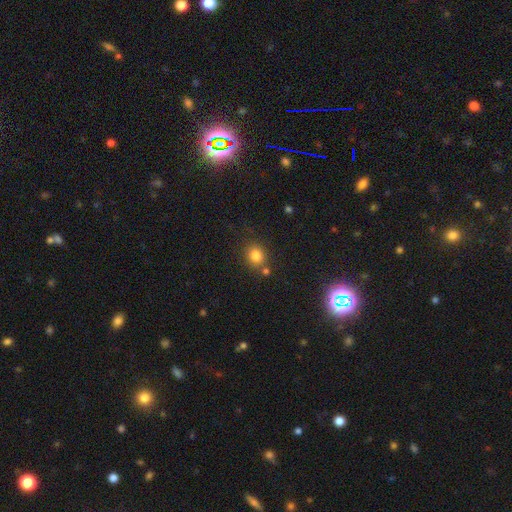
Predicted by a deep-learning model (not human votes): Smooth or featured? Predicted: smooth (p=0.82). How rounded? Predicted: round (p=0.72). Merging? Predicted: none (p=0.73).